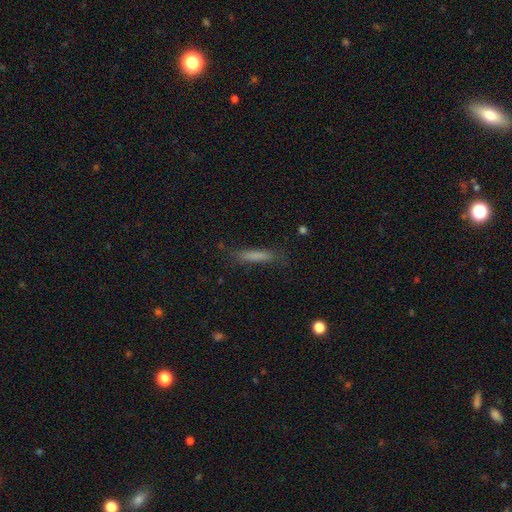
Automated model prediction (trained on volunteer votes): Smooth or featured? Predicted: smooth (p=0.74). How rounded? Predicted: cigar-shaped (p=0.86). Merging? Predicted: none (p=0.76).